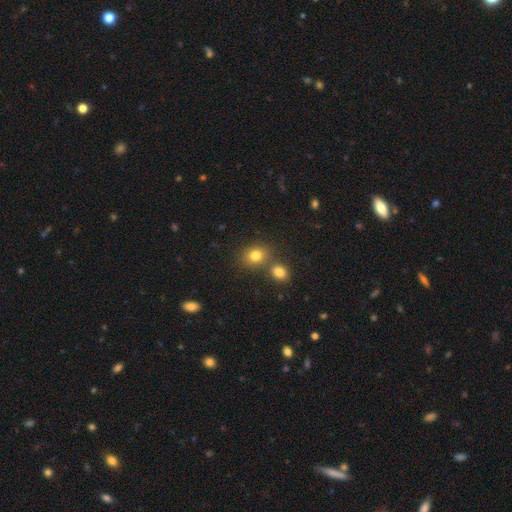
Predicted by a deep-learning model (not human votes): A smooth galaxy with no disk features (80%) that is round (58%). Merging: none (61%).